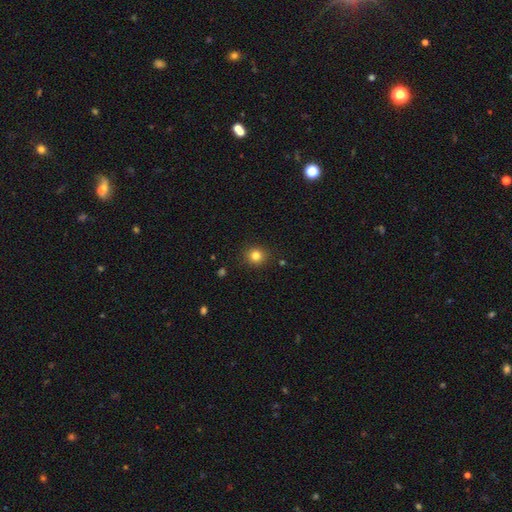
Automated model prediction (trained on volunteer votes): A smooth galaxy with no disk features (82%) that is round (90%).

Vote fractions:
- Smooth or featured? smooth: 82% / star or artifact: 12% / featured or disk: 5%
- How rounded? round: 90% / in between: 9% / cigar-shaped: 1%
- Merging? none: 90% / minor disturbance: 6% / major disturbance: 2% / merger: 1%